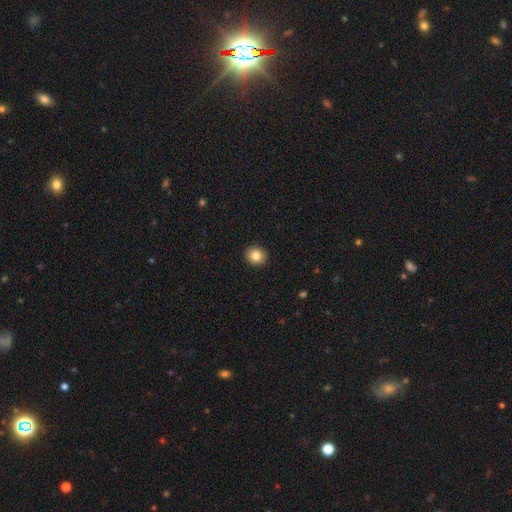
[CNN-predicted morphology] Smooth or featured: smooth — 83% (star or artifact — 9%)
How rounded: round — 83% (in between — 16%)
Merging: none — 93% (minor disturbance — 5%)